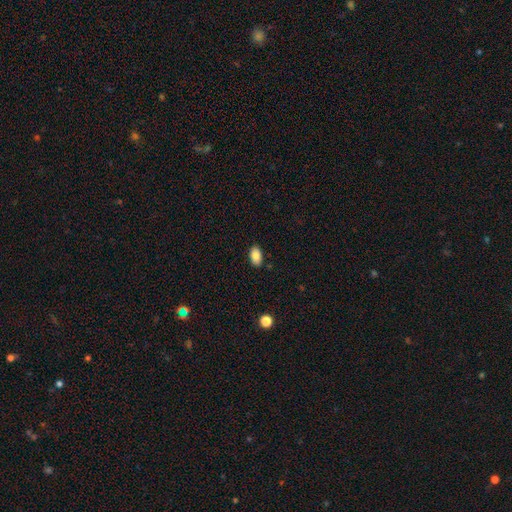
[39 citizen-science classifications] smooth-or-featured: smooth: 95% | star or artifact: 5% | featured or disk: 0%
  how-rounded: in between: 97% | round: 3% | cigar-shaped: 0%
  merging: none: 86% | minor disturbance: 11% | merger: 3% | major disturbance: 0%